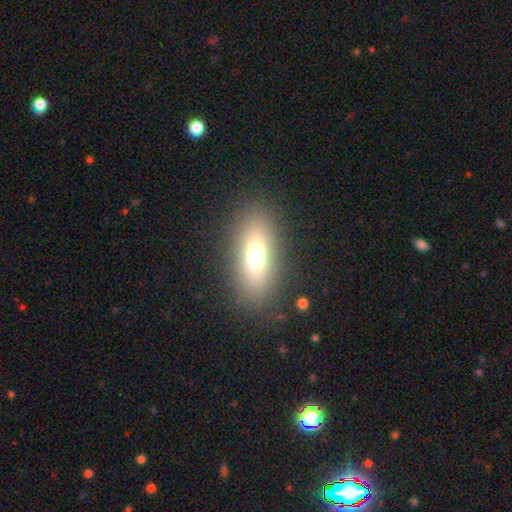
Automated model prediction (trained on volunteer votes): Morphology: type=smooth (69%); roundness=in between (71%); merging=none (85%).